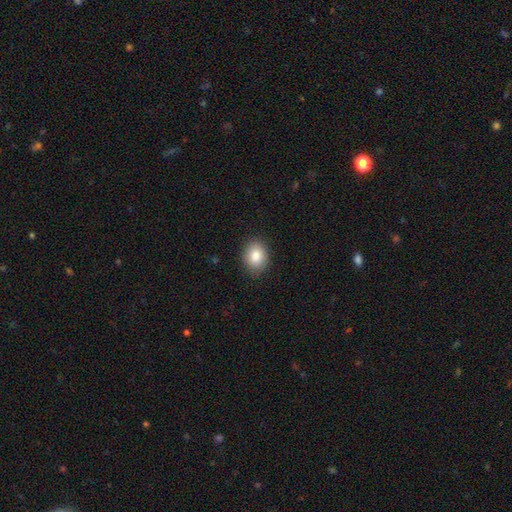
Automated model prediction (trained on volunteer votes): Smooth or featured? Predicted: smooth (p=0.84). How rounded? Predicted: in between (p=0.55). Merging? Predicted: none (p=0.87).